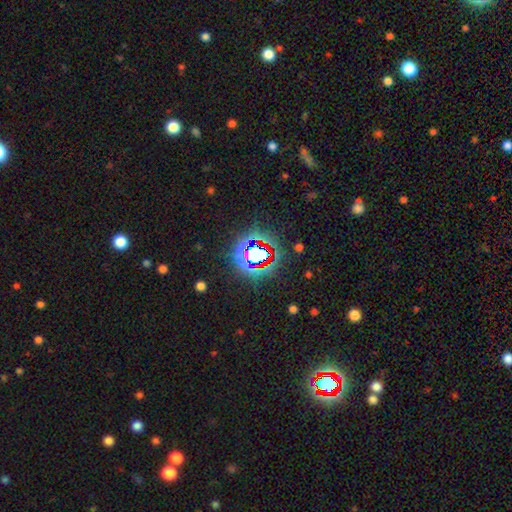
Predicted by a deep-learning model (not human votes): Smooth or featured: star or artifact — 70% (smooth — 19%)